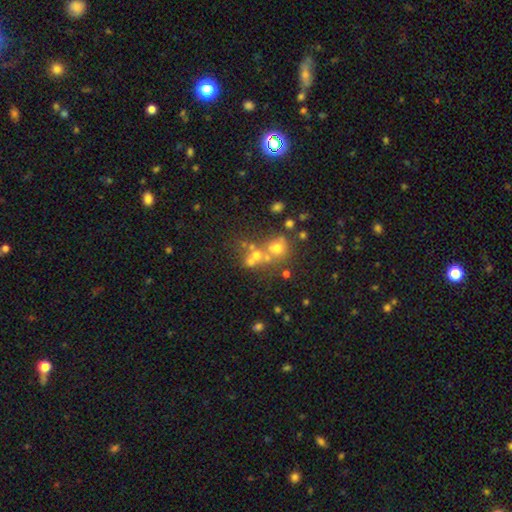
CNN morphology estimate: A smooth galaxy with no disk features (51%) that is round (74%). Merging: merger (43%).